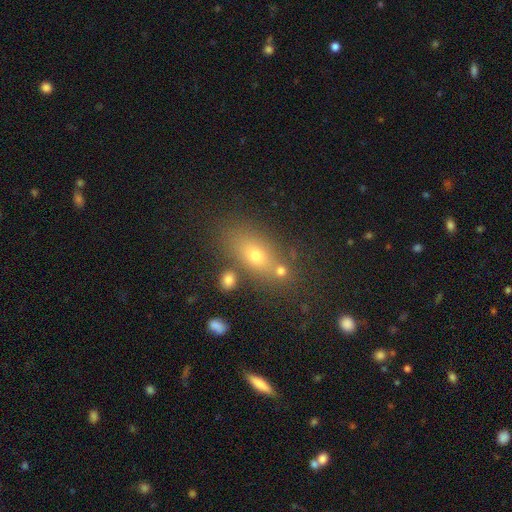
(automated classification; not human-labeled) Smooth or featured: smooth — 66% (featured or disk — 19%)
How rounded: in between — 73% (round — 15%)
Merging: none — 66% (merger — 16%)